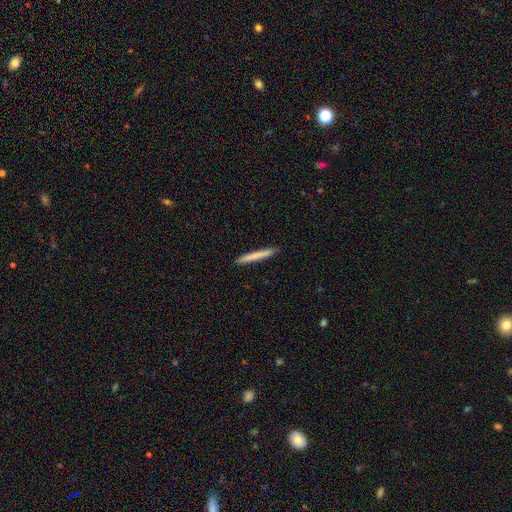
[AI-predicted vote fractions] smooth-or-featured: smooth: 75% | featured or disk: 20% | star or artifact: 6%
  how-rounded: cigar-shaped: 97% | in between: 2% | round: 1%
  merging: none: 92% | minor disturbance: 6% | major disturbance: 1% | merger: 1%